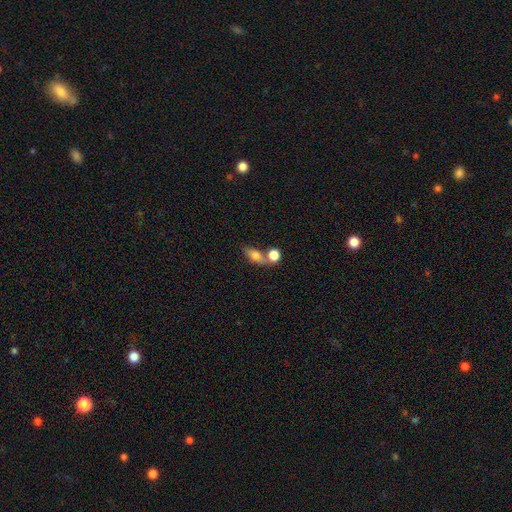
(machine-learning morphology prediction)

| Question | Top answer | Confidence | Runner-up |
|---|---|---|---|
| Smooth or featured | smooth | 72% | featured or disk (18%) |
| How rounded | in between | 70% | round (22%) |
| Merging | none | 42% | merger (39%) |